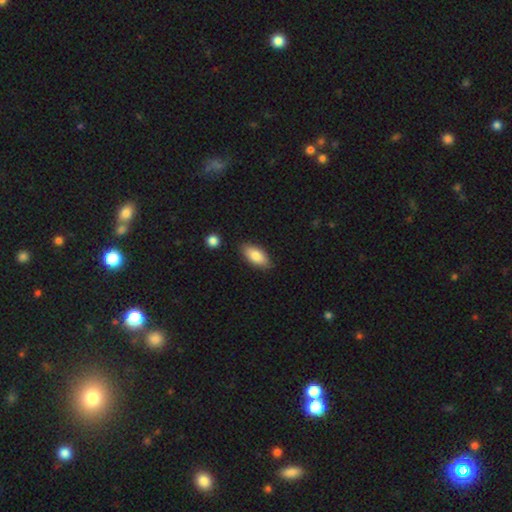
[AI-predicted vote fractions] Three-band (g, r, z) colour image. It shows a smooth galaxy with no disk features (84%) that is in between round and cigar-shaped (89%). Merging: none (84%).